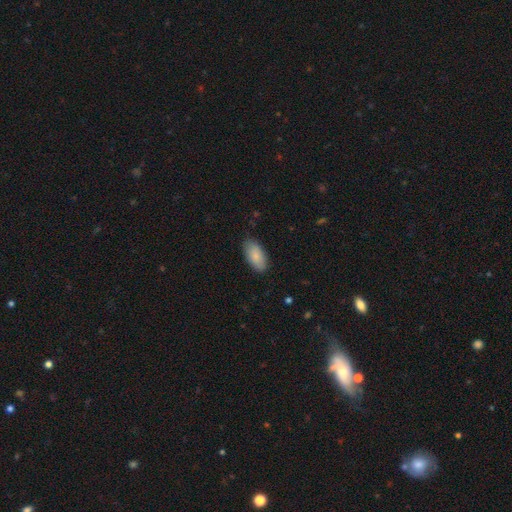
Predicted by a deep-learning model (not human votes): The model was most divided on "merging": none: 83%, minor disturbance: 13%, major disturbance: 3%, merger: 1%. More confident: how rounded — in between (93%); smooth or featured — smooth (83%).